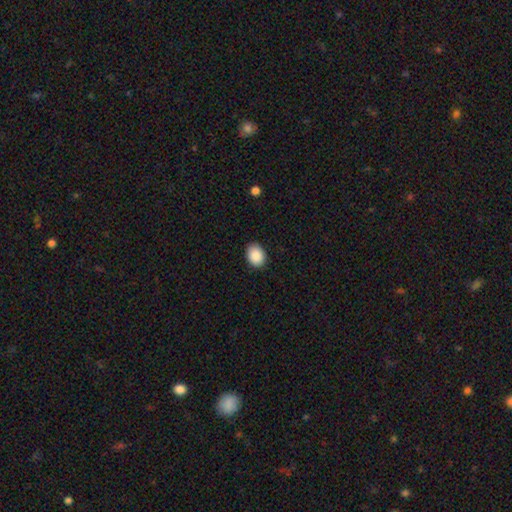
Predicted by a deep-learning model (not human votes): Q: Smooth or featured?
A: smooth (90%); runner-up: star or artifact (7%)
Q: How rounded?
A: in between (66%); runner-up: round (33%)
Q: Merging?
A: none (89%); runner-up: minor disturbance (9%)